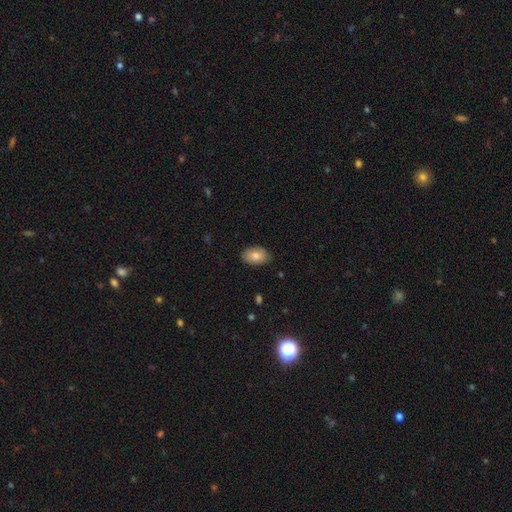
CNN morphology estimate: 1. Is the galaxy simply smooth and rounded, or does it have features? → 80% smooth, 13% featured or disk, 7% star or artifact.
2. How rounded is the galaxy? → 88% in between, 11% round, 1% cigar-shaped.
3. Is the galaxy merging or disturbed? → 86% none, 11% minor disturbance, 2% major disturbance, 1% merger.